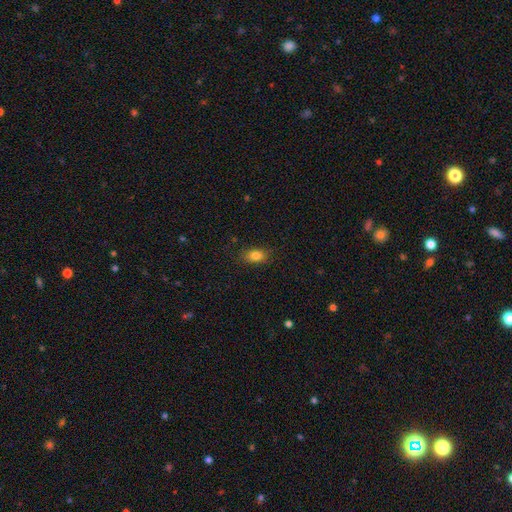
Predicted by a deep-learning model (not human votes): smooth-or-featured: smooth: 83% | star or artifact: 10% | featured or disk: 8%
  how-rounded: in between: 84% | round: 13% | cigar-shaped: 3%
  merging: none: 84% | minor disturbance: 12% | major disturbance: 3% | merger: 1%